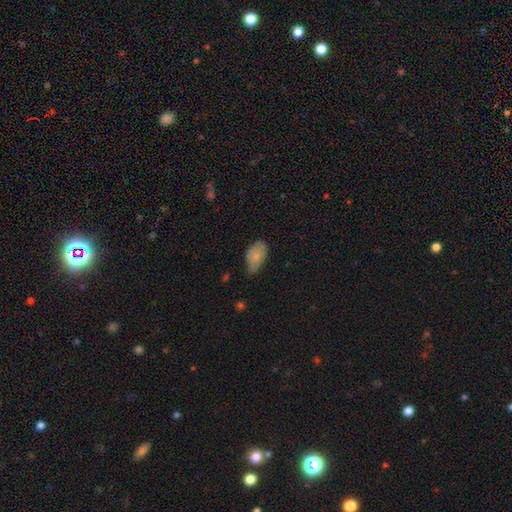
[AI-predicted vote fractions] Q: Smooth or featured?
A: smooth (77%); runner-up: featured or disk (15%)
Q: How rounded?
A: in between (92%); runner-up: round (6%)
Q: Merging?
A: none (50%); runner-up: minor disturbance (41%)